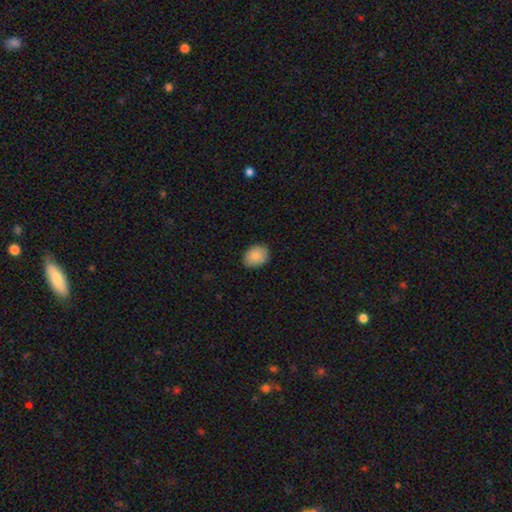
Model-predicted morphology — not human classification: smooth-or-featured: smooth: 85% | star or artifact: 7% | featured or disk: 7%
  how-rounded: in between: 58% | round: 42% | cigar-shaped: 1%
  merging: none: 87% | minor disturbance: 10% | major disturbance: 2% | merger: 1%